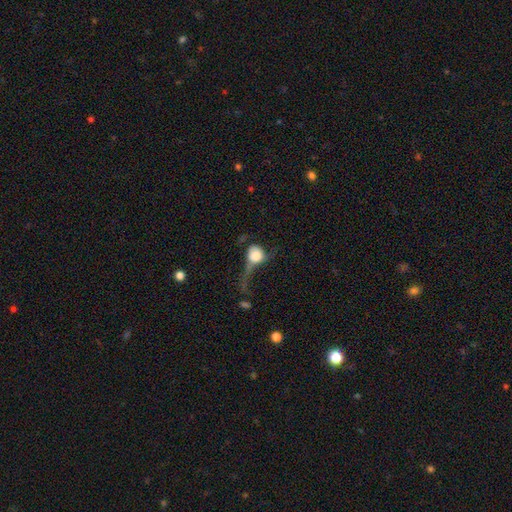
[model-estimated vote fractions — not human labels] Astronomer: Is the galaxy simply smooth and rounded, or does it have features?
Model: smooth — 68%.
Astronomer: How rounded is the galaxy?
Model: round — 77%.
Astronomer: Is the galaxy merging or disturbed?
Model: major disturbance — 52%.